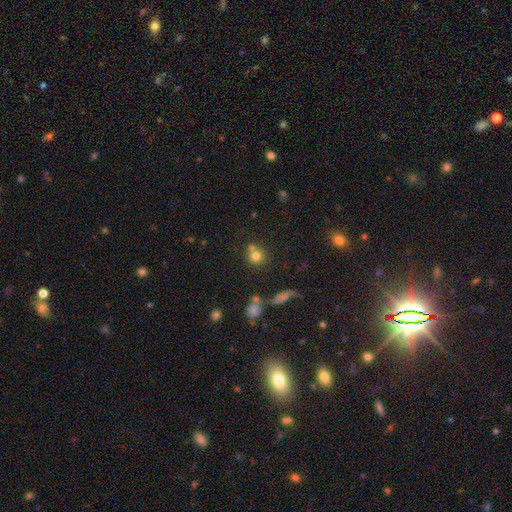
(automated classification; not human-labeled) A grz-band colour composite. It shows a smooth galaxy with no disk features (74%) that is round (88%). Merging: none (59%).